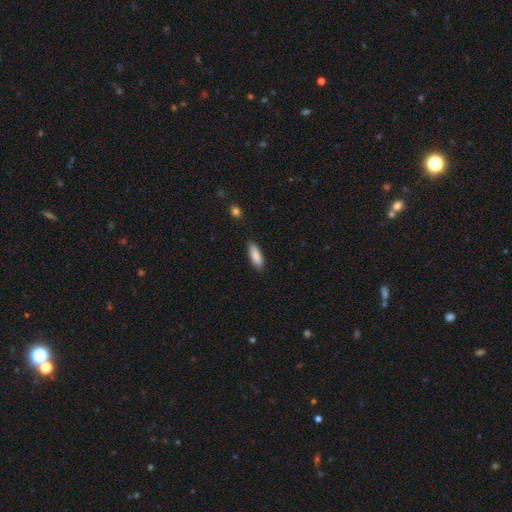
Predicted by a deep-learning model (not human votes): Overall: smooth (87%). How rounded: in between (59%; cigar-shaped 40%). Merging: none (87%).